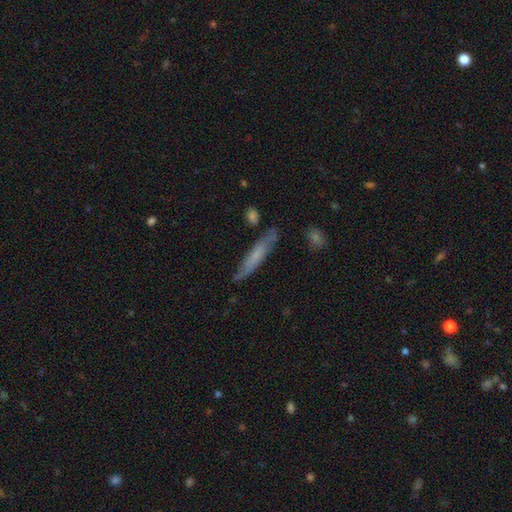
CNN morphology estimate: The model was most divided on "smooth or featured": smooth: 51%, featured or disk: 42%, star or artifact: 7%. More confident: how rounded — cigar-shaped (89%); merging — none (77%).